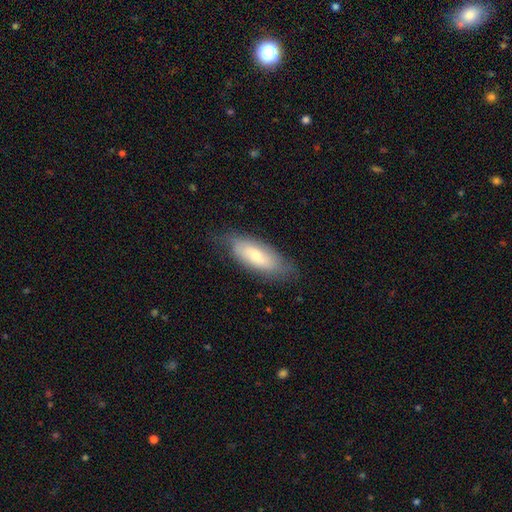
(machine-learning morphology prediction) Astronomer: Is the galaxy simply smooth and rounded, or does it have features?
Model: smooth — 62%.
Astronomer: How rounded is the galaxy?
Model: in between — 76%.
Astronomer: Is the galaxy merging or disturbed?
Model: none — 69%.